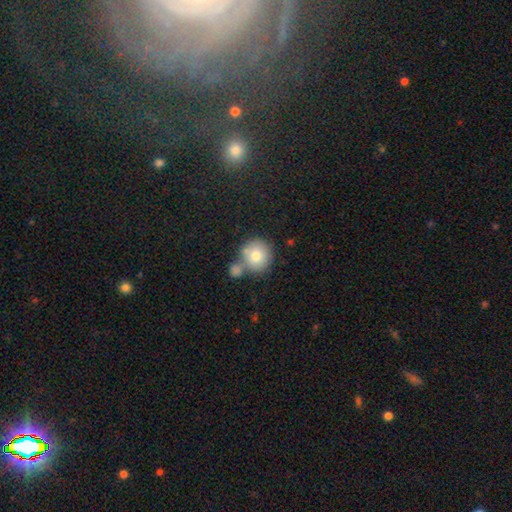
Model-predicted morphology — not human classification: smooth 78%, featured or disk 13%, star or artifact 9%. Down the decision tree: how rounded — round (91%); merging — none (56%).